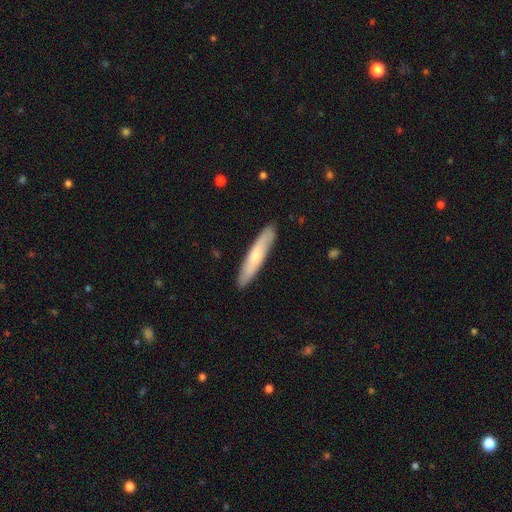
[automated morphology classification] type=smooth (64%); roundness=cigar-shaped (90%); merging=none (90%).